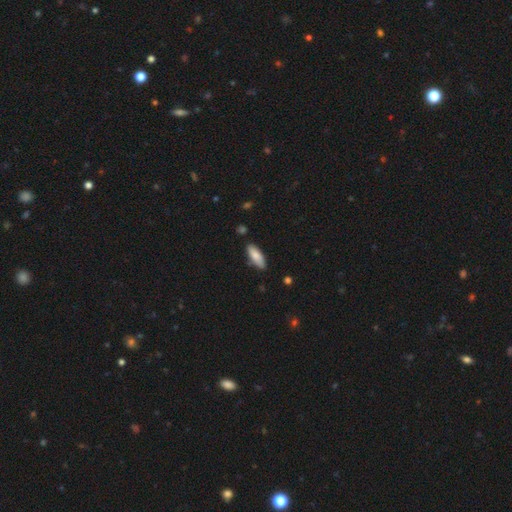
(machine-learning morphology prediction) smooth_or_featured: smooth (p=0.82) [alt: featured or disk p=0.12]
how_rounded: in between (p=0.73) [alt: cigar-shaped p=0.25]
merging: none (p=0.81) [alt: minor disturbance p=0.15]